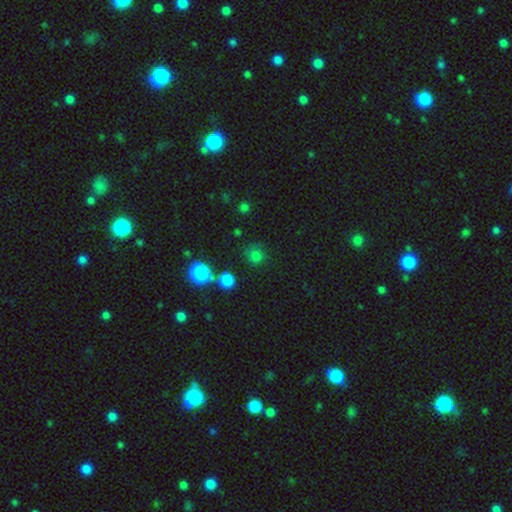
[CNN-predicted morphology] Smooth or featured? smooth (71%)
How rounded? round (87%)
Merging? none (71%)